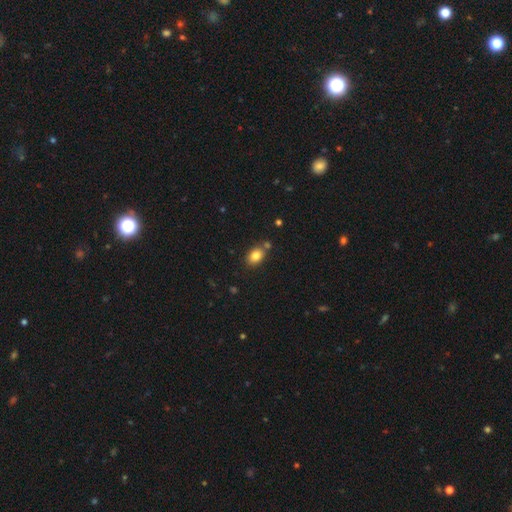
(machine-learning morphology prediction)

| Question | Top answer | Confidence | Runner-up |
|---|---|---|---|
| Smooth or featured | smooth | 83% | star or artifact (9%) |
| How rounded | in between | 79% | round (20%) |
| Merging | none | 72% | minor disturbance (13%) |